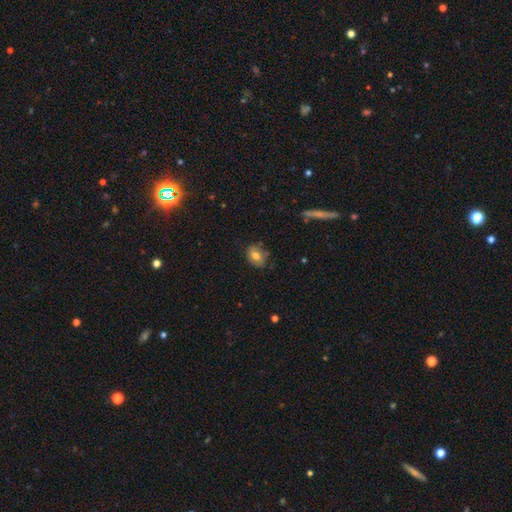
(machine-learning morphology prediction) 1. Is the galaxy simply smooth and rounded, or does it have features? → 69% smooth, 22% featured or disk, 9% star or artifact.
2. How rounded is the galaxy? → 77% in between, 21% round, 2% cigar-shaped.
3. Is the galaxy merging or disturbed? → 72% none, 21% minor disturbance, 5% major disturbance, 2% merger.